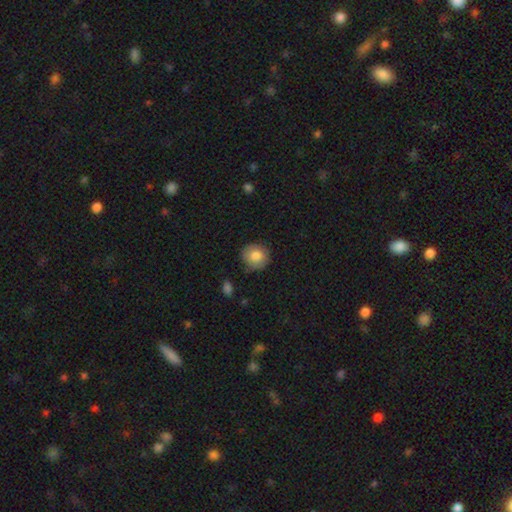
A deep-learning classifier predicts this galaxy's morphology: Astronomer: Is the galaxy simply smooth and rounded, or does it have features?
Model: smooth — 81%.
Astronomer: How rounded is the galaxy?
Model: round — 86%.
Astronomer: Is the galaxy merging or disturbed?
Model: none — 83%.